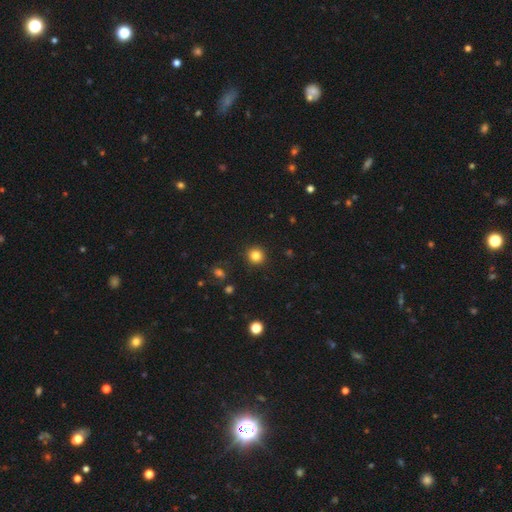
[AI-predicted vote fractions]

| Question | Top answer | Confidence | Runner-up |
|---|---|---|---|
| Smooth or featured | smooth | 83% | star or artifact (12%) |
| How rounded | round | 93% | in between (6%) |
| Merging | none | 91% | minor disturbance (5%) |